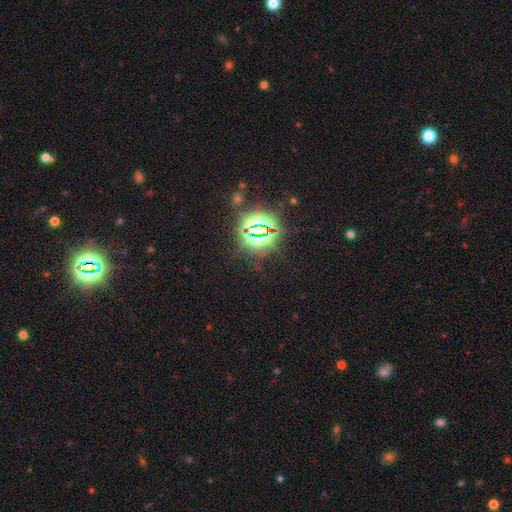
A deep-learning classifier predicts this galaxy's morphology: Smooth or featured? star or artifact (82%)